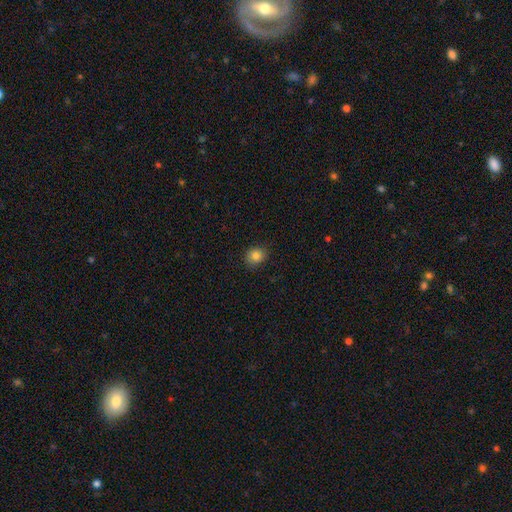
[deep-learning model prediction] Smooth or featured? smooth (82%)
How rounded? round (75%)
Merging? none (88%)